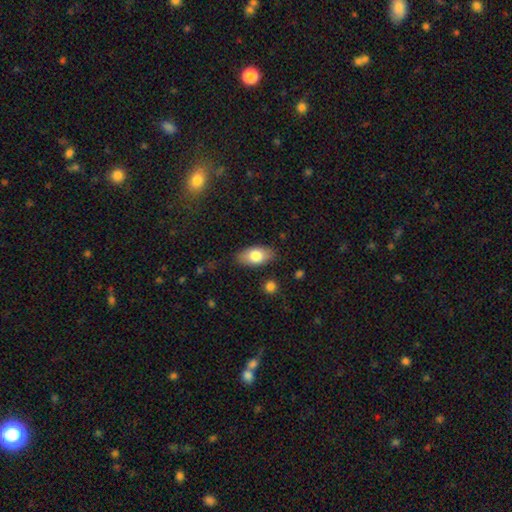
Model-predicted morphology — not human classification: smooth 78%, featured or disk 16%, star or artifact 7%. Down the decision tree: how rounded — in between (91%); merging — none (83%).